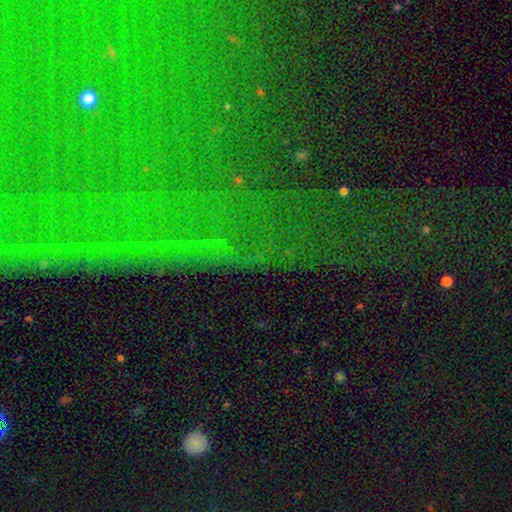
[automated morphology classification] This appears to be a star or artifact, not a galaxy (83%).